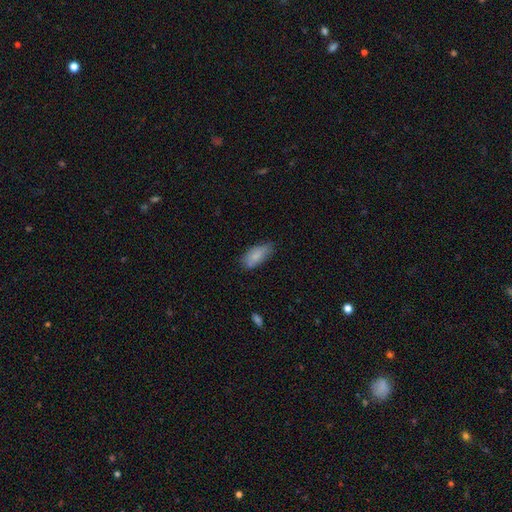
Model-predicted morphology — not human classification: Overall: smooth (84%). How rounded: in between (88%). Merging: none (64%; minor disturbance 29%).